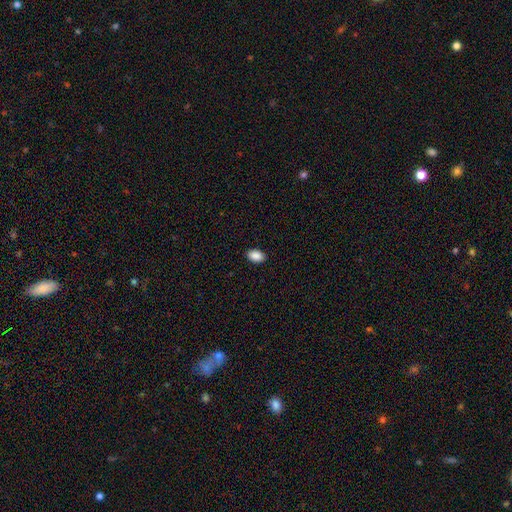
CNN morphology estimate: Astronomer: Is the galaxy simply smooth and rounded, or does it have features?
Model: smooth — 90%.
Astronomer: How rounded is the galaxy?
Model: in between — 89%.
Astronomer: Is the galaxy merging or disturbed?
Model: none — 90%.